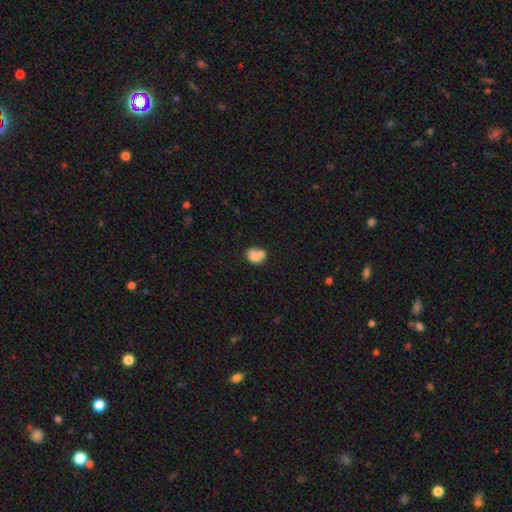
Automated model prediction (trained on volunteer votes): This is likely a smooth galaxy (77%). How rounded: possibly in between (59%). Merging: marginally merger (37%).